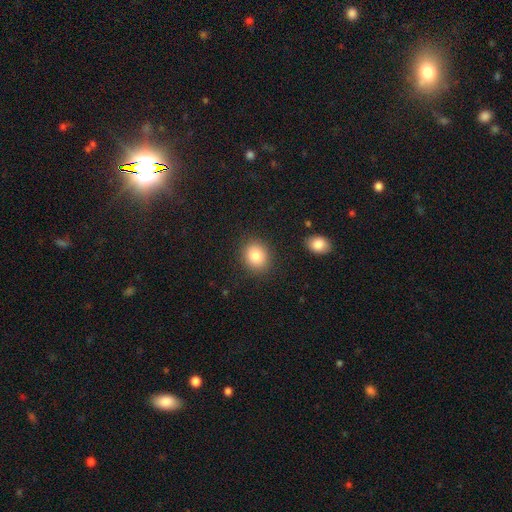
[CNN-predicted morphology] Q: Smooth or featured?
A: smooth (83%); runner-up: star or artifact (10%)
Q: How rounded?
A: round (70%); runner-up: in between (29%)
Q: Merging?
A: none (87%); runner-up: minor disturbance (8%)